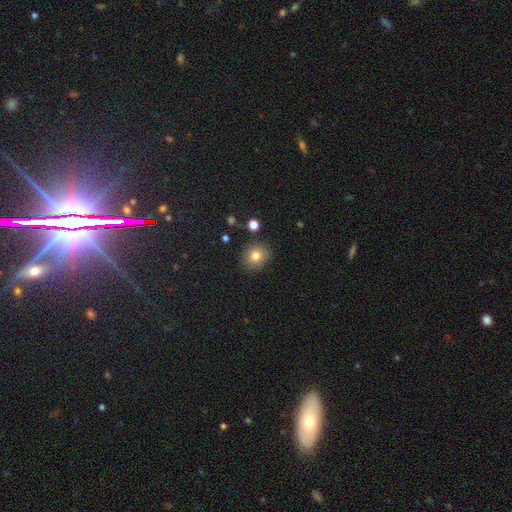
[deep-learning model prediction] Smooth or featured?
  - smooth: 79% *
  - star or artifact: 12%
  - featured or disk: 9%
How rounded?
  - round: 77% *
  - in between: 22%
  - cigar-shaped: 1%
Merging?
  - none: 88% *
  - minor disturbance: 8%
  - major disturbance: 2%
  - merger: 2%